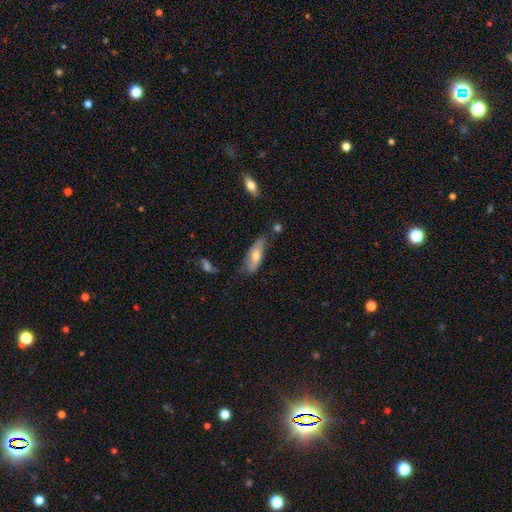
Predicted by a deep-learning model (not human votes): smooth_or_featured: smooth (p=0.61) [alt: featured or disk p=0.33]
how_rounded: in between (p=0.57) [alt: cigar-shaped p=0.41]
merging: none (p=0.57) [alt: minor disturbance p=0.30]